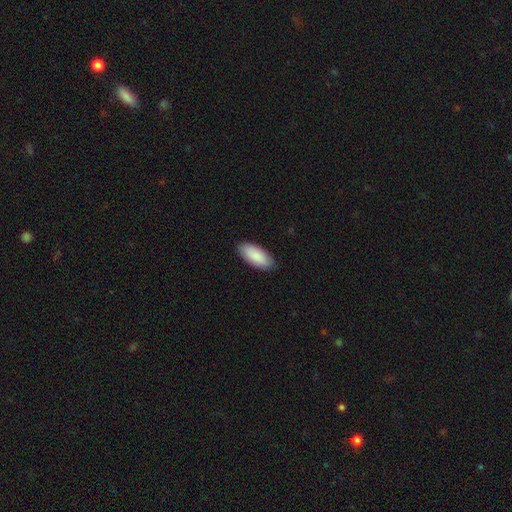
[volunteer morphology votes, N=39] Smooth or featured? 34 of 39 (87%) said smooth. How rounded? 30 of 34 (88%) said in between. Merging? 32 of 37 (86%) said none.